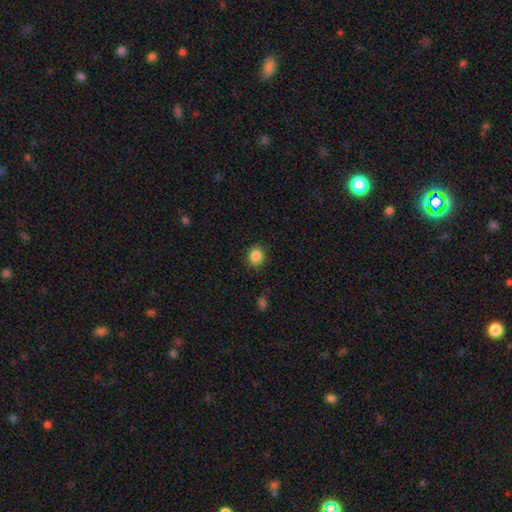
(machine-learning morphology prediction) This is clearly a smooth galaxy (86%). How rounded: likely round (80%). Merging: clearly none (87%).